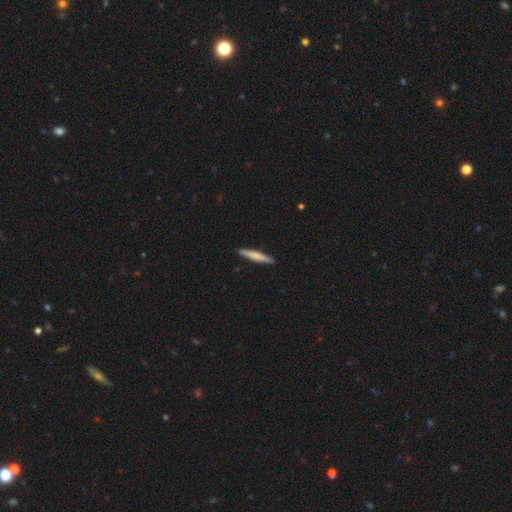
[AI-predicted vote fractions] Smooth or featured? smooth (65%)
How rounded? cigar-shaped (94%)
Merging? none (92%)